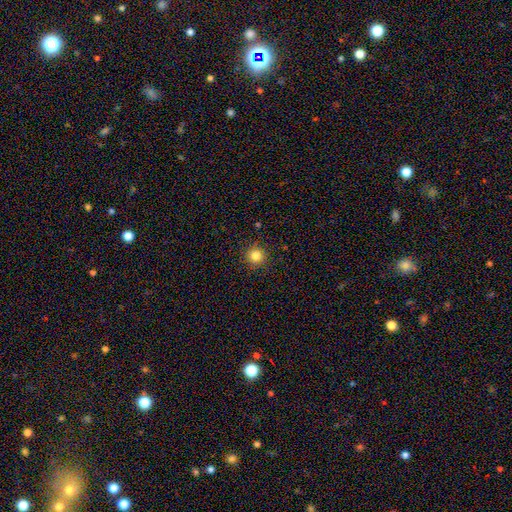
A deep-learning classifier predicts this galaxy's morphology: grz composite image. It shows a smooth galaxy with no disk features (83%) that is round (94%). Merging: none (91%).